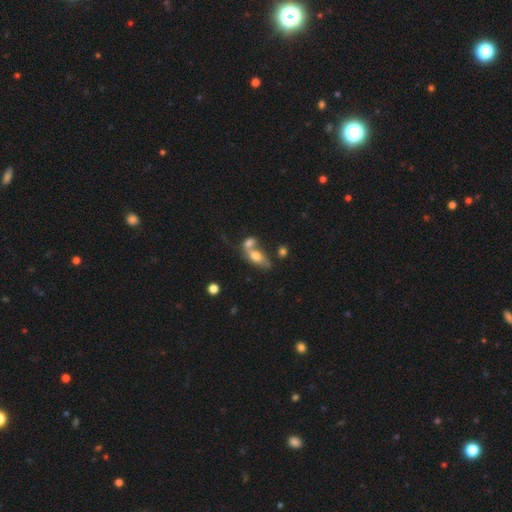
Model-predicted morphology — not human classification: type=smooth (62%); roundness=in between (79%); merging=merger (56%).